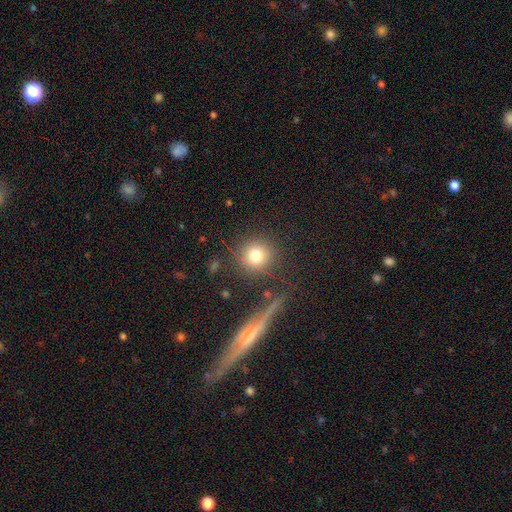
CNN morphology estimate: smooth-or-featured: smooth: 77% | star or artifact: 14% | featured or disk: 9%
  how-rounded: round: 92% | in between: 7% | cigar-shaped: 1%
  merging: none: 83% | minor disturbance: 8% | merger: 4% | major disturbance: 4%